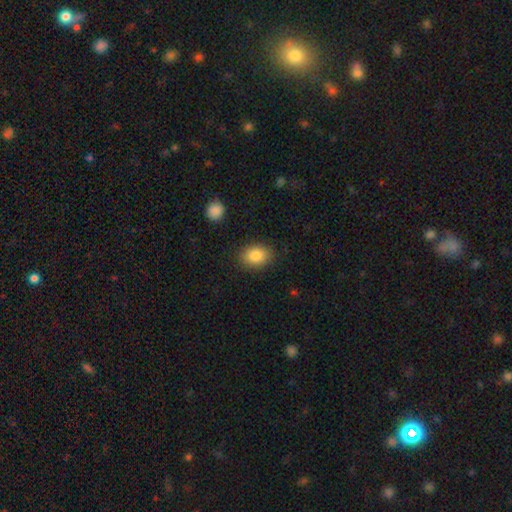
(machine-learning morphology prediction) This is clearly a smooth galaxy (86%). How rounded: likely in between (74%). Merging: clearly none (86%).